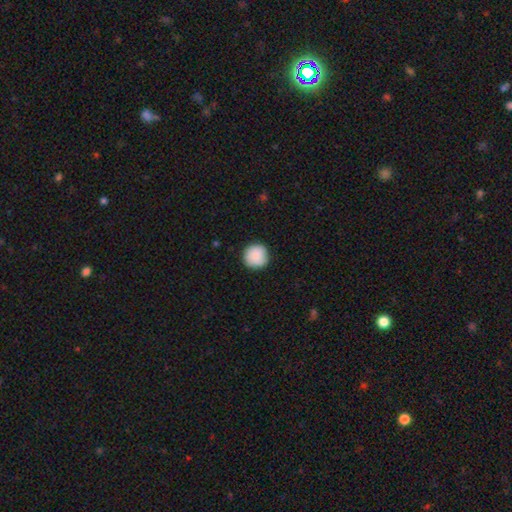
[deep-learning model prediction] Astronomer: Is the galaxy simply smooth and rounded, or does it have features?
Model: smooth — 83%.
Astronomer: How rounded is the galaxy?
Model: round — 94%.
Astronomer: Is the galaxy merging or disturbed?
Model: none — 86%.